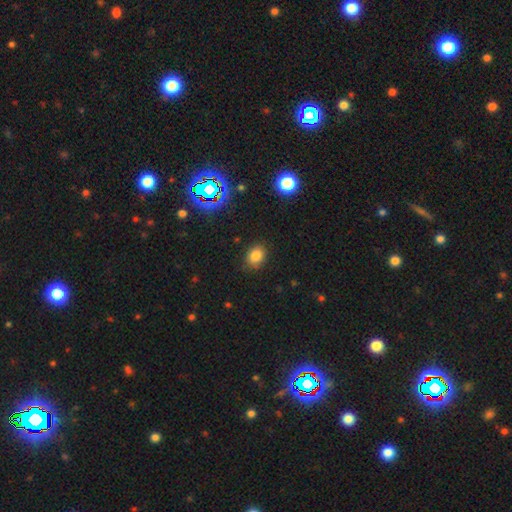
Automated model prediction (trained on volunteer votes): This appears to be a smooth galaxy with no disk features (80%) that is in between round and cigar-shaped (56%). Merging: none (83%).